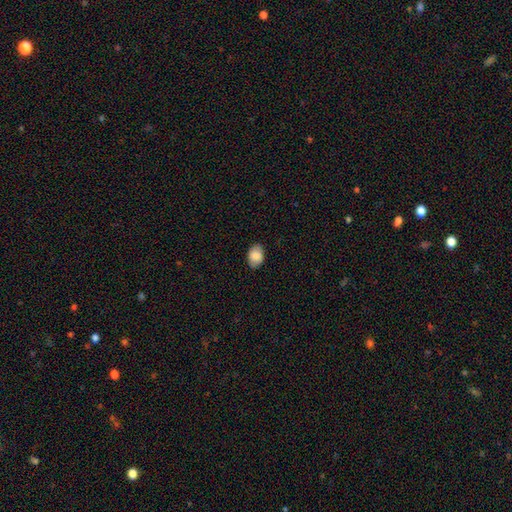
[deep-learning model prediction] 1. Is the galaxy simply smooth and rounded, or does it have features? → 86% smooth, 7% featured or disk, 7% star or artifact.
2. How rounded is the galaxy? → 85% in between, 14% round, 1% cigar-shaped.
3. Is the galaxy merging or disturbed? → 85% none, 11% minor disturbance, 2% major disturbance, 1% merger.